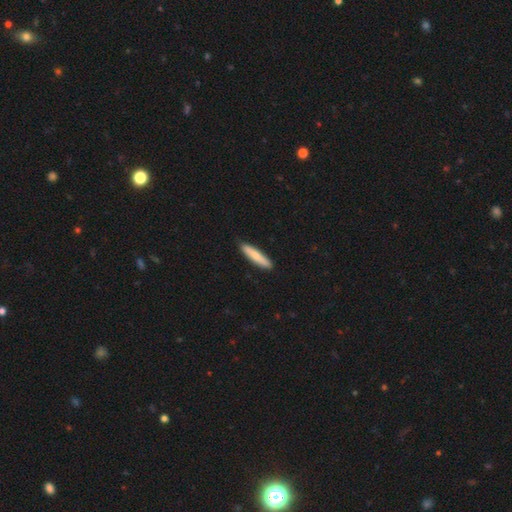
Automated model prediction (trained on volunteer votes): The model was most divided on "smooth or featured": smooth: 72%, featured or disk: 23%, star or artifact: 5%. More confident: merging — none (88%); how rounded — cigar-shaped (86%).